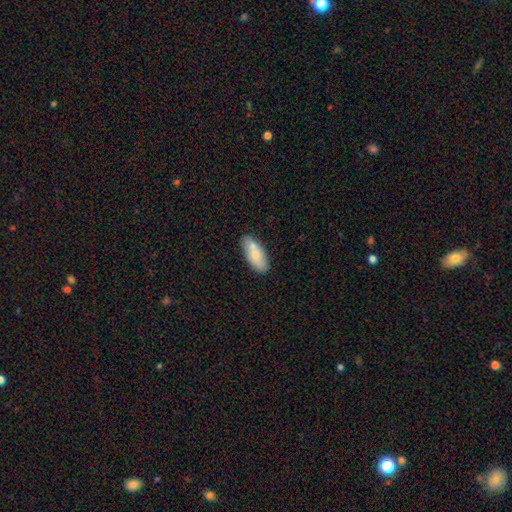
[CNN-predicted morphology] This appears to be a smooth galaxy with no disk features (73%) that is in between round and cigar-shaped (83%). Merging: none (67%).